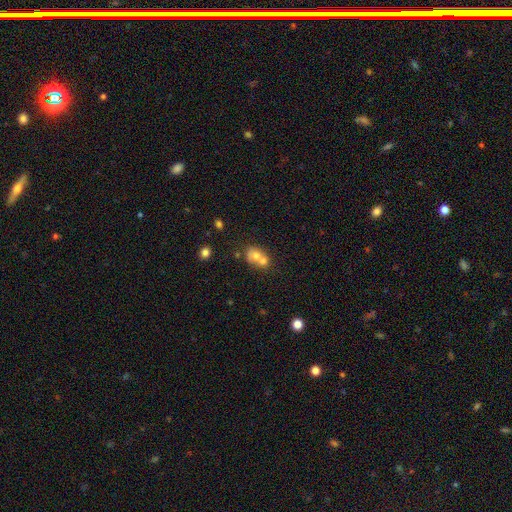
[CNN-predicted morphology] A smooth galaxy with no disk features (66%) that is round (57%). Merging: merger (65%).